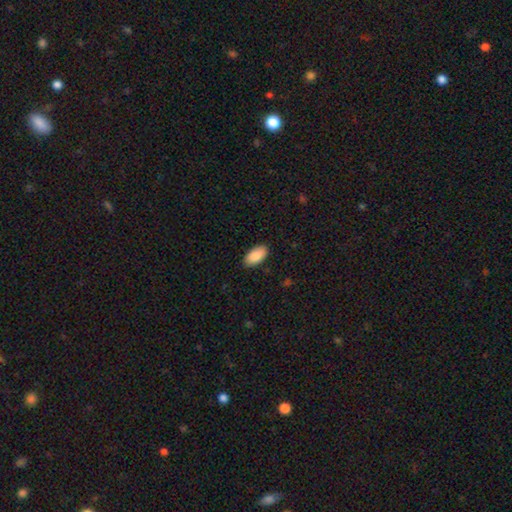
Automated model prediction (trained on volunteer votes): Smooth or featured?
  - smooth: 90% *
  - star or artifact: 6%
  - featured or disk: 4%
How rounded?
  - in between: 95% *
  - cigar-shaped: 3%
  - round: 2%
Merging?
  - none: 89% *
  - minor disturbance: 9%
  - major disturbance: 2%
  - merger: 1%